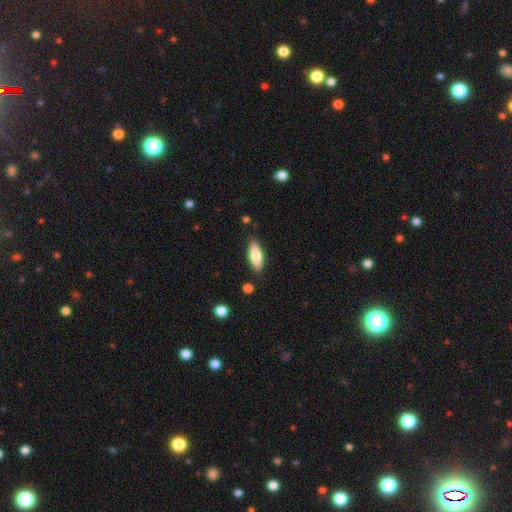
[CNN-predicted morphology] smooth 77%, featured or disk 17%, star or artifact 6%. Down the decision tree: how rounded — in between (69%); merging — none (85%).